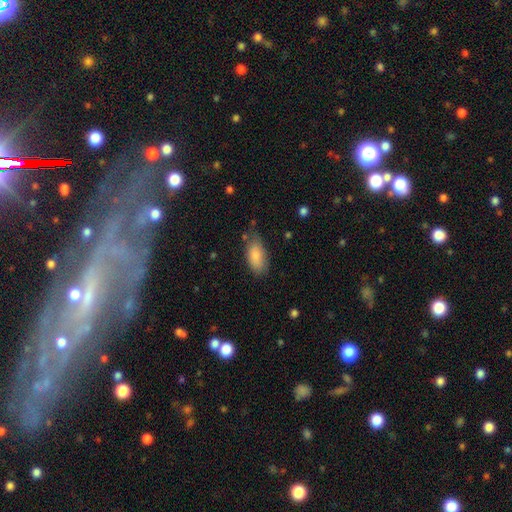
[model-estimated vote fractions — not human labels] smooth_or_featured: smooth (p=0.85) [alt: featured or disk p=0.08]
how_rounded: in between (p=0.91) [alt: cigar-shaped p=0.06]
merging: none (p=0.67) [alt: minor disturbance p=0.25]